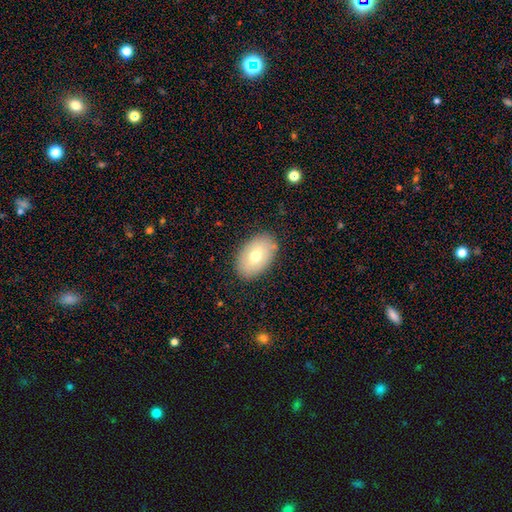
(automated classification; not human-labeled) Smooth or featured?
  - smooth: 66% *
  - featured or disk: 26%
  - star or artifact: 7%
How rounded?
  - in between: 91% *
  - round: 8%
  - cigar-shaped: 1%
Merging?
  - none: 86% *
  - minor disturbance: 10%
  - major disturbance: 3%
  - merger: 1%